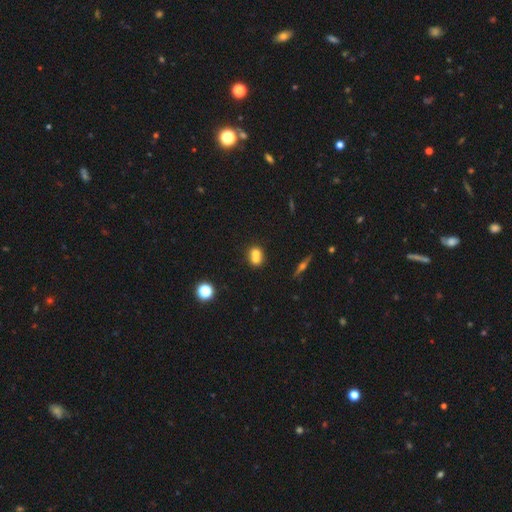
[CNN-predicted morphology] This is likely a smooth galaxy (63%). How rounded: likely round (67%). Merging: likely merger (61%).